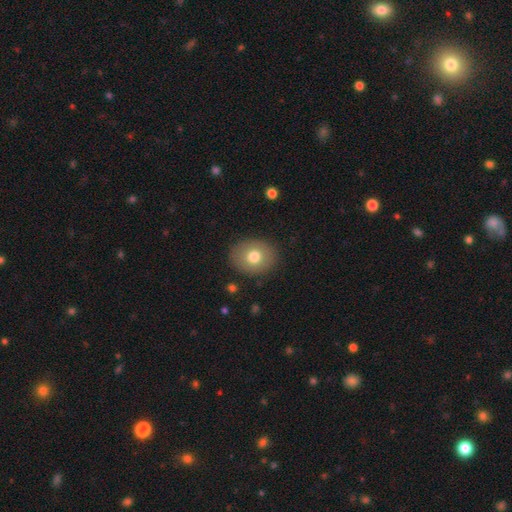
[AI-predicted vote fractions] Smooth or featured?
  - smooth: 56% *
  - star or artifact: 24%
  - featured or disk: 19%
How rounded?
  - round: 70% *
  - in between: 28%
  - cigar-shaped: 1%
Merging?
  - none: 88% *
  - minor disturbance: 8%
  - major disturbance: 3%
  - merger: 2%